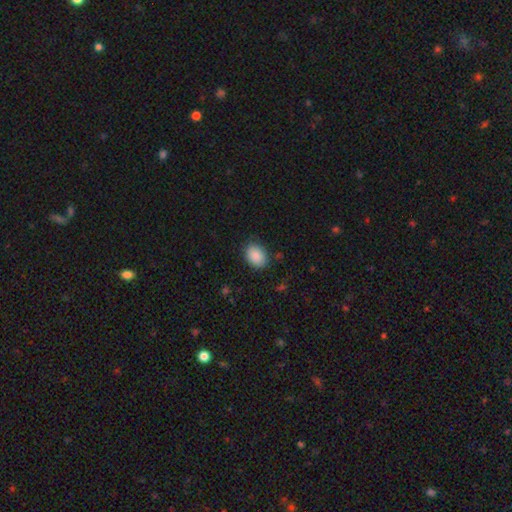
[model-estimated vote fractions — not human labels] A smooth galaxy with no disk features (88%) that is in between round and cigar-shaped (71%). Merging: none (82%).